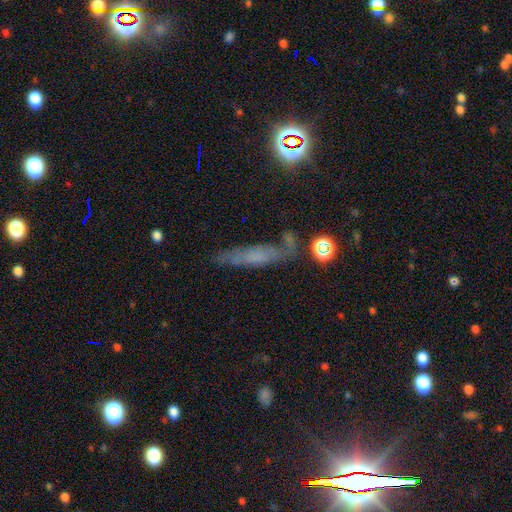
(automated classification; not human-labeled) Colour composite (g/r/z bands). It shows a featured or disk galaxy (43%). Merging: none (61%).